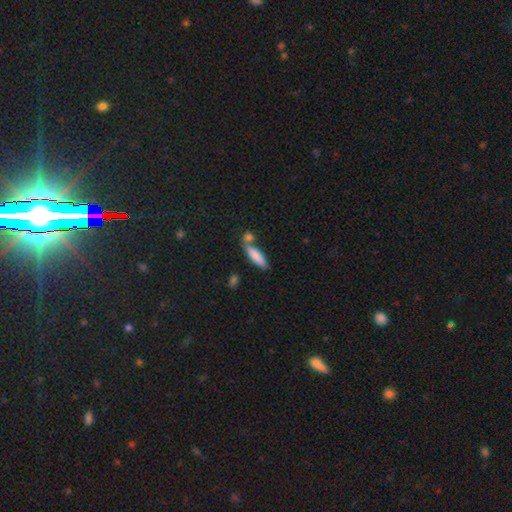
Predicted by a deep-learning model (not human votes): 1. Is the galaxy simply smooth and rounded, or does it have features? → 83% smooth, 10% featured or disk, 7% star or artifact.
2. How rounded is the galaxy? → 58% cigar-shaped, 40% in between, 2% round.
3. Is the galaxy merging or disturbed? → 58% none, 25% merger, 13% minor disturbance, 4% major disturbance.